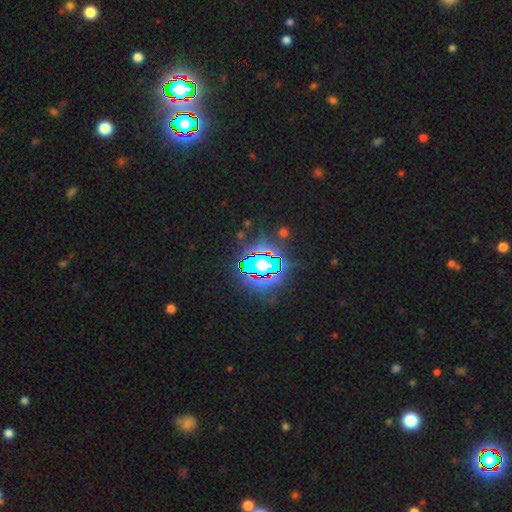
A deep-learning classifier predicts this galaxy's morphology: star or artifact 82%, smooth 10%, featured or disk 7%.